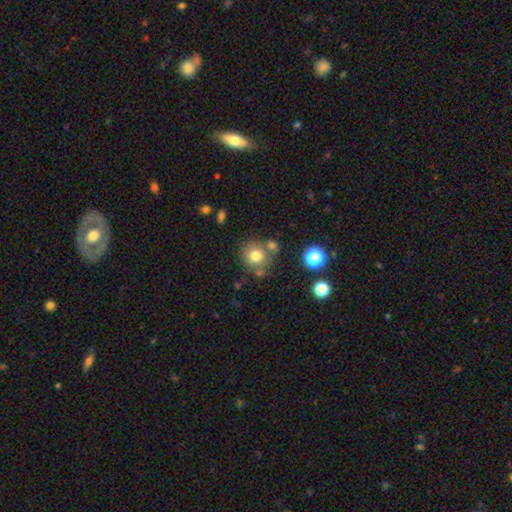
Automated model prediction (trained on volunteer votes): Smooth or featured?
  - smooth: 77% *
  - star or artifact: 13%
  - featured or disk: 10%
How rounded?
  - round: 88% *
  - in between: 11%
  - cigar-shaped: 1%
Merging?
  - none: 67% *
  - merger: 17%
  - minor disturbance: 11%
  - major disturbance: 4%